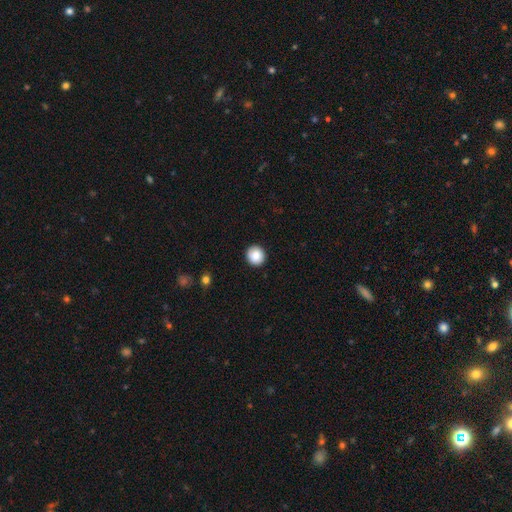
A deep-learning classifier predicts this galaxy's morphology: Smooth or featured?
  - smooth: 86% *
  - star or artifact: 8%
  - featured or disk: 6%
How rounded?
  - round: 90% *
  - in between: 9%
  - cigar-shaped: 1%
Merging?
  - none: 92% *
  - minor disturbance: 6%
  - major disturbance: 2%
  - merger: 1%